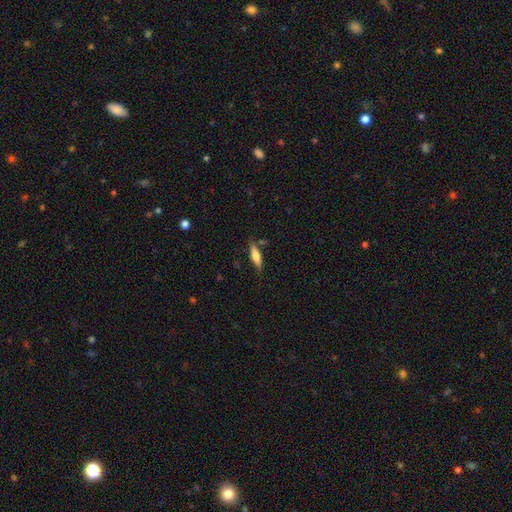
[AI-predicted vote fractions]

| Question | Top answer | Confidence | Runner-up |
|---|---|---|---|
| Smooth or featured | smooth | 62% | featured or disk (31%) |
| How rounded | cigar-shaped | 64% | in between (34%) |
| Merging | none | 76% | minor disturbance (16%) |